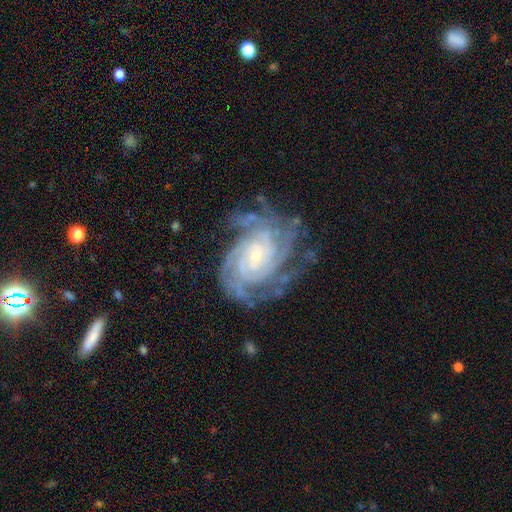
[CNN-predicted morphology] This is clearly a featured or disk galaxy (91%). It is clearly not viewed edge-on (98%). Bar: likely no (66%). Spiral arm pattern: clearly yes (98%). Spiral arm count: marginally 4 (30%). Spiral winding: likely tight (75%). Central bulge: clearly small (80%). Merging: likely none (68%).